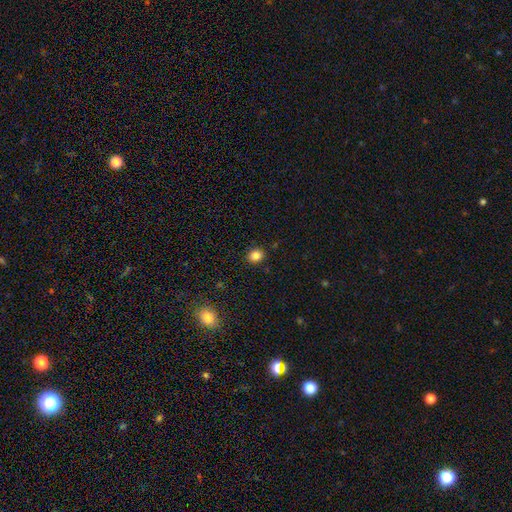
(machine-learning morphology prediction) Smooth or featured: smooth — 84% (star or artifact — 12%)
How rounded: round — 72% (in between — 27%)
Merging: none — 90% (minor disturbance — 7%)